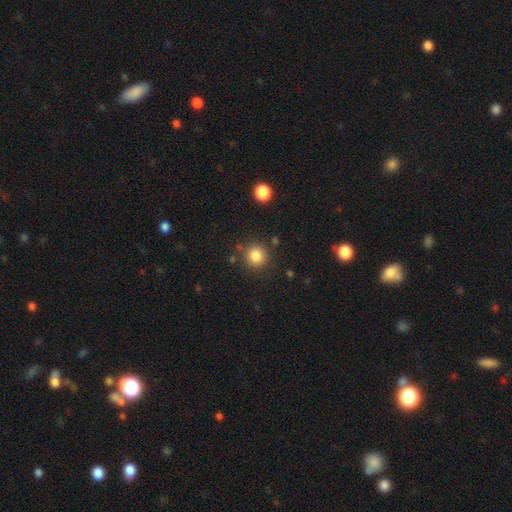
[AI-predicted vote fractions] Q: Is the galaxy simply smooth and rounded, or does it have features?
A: smooth — 84%.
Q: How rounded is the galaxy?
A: round — 92%.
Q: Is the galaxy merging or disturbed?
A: none — 84%.